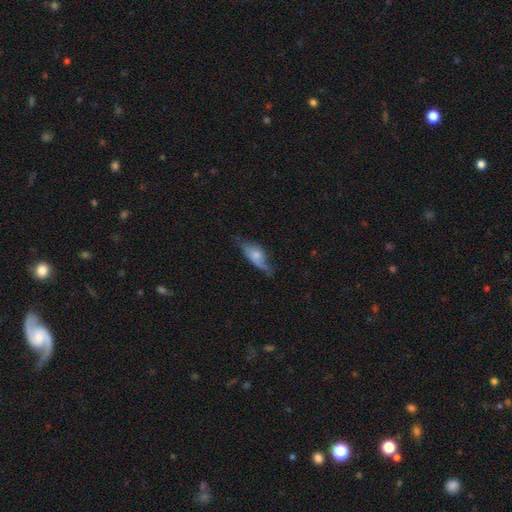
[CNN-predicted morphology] Smooth or featured?
  - smooth: 57% *
  - featured or disk: 37%
  - star or artifact: 7%
How rounded?
  - in between: 77% *
  - cigar-shaped: 20%
  - round: 3%
Merging?
  - none: 46% *
  - minor disturbance: 36%
  - major disturbance: 16%
  - merger: 3%